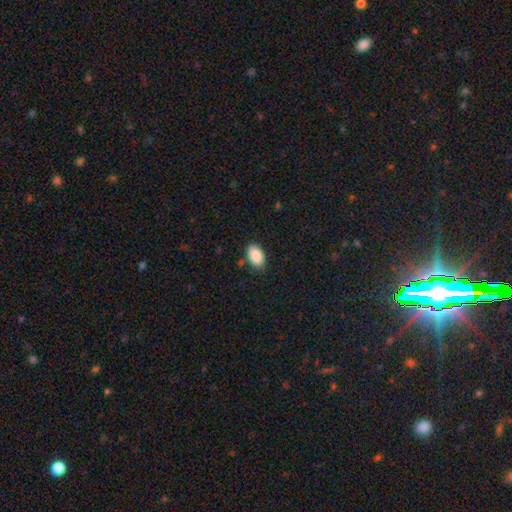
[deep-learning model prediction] Smooth or featured? smooth (90%)
How rounded? in between (93%)
Merging? none (85%)